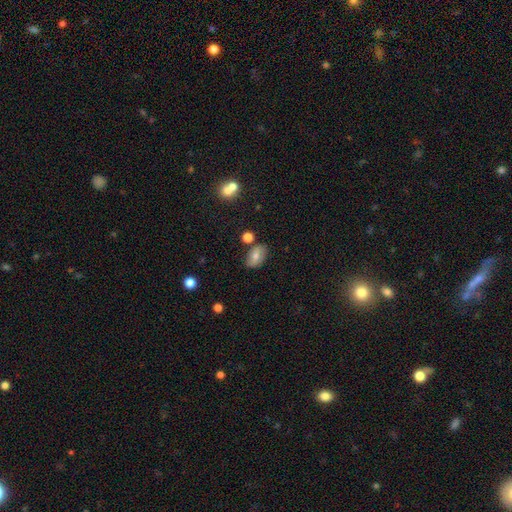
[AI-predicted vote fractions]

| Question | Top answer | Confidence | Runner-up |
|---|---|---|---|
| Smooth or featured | smooth | 64% | featured or disk (26%) |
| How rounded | in between | 87% | round (12%) |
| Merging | none | 75% | minor disturbance (16%) |